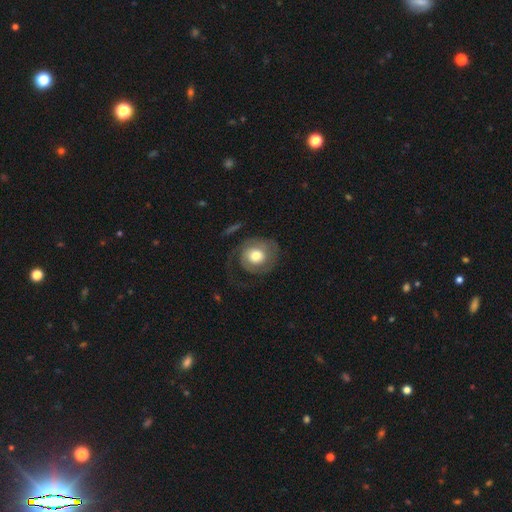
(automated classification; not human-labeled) Morphology: type=featured or disk (50%); edge-on=no (97%); merging=none (54%).